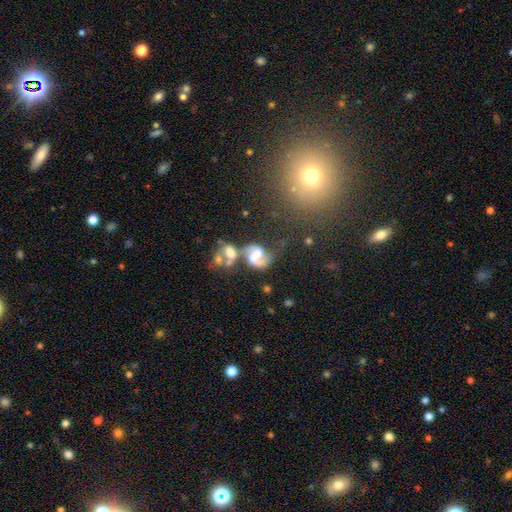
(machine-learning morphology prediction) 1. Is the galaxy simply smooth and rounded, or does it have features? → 82% featured or disk, 10% smooth, 7% star or artifact.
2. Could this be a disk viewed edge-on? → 98% no, 2% yes.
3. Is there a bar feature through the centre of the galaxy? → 45% weak, 29% no, 26% strong.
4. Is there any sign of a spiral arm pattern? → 93% yes, 7% no.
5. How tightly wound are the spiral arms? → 46% loose, 44% medium, 11% tight.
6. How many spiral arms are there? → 88% 2, 6% 1, 3% can't tell, 1% 3, 1% 4, 1% more than 4.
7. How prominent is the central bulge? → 31% moderate, 27% none, 24% small, 15% large, 3% dominant.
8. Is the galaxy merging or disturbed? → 47% merger, 30% none, 12% minor disturbance, 11% major disturbance.